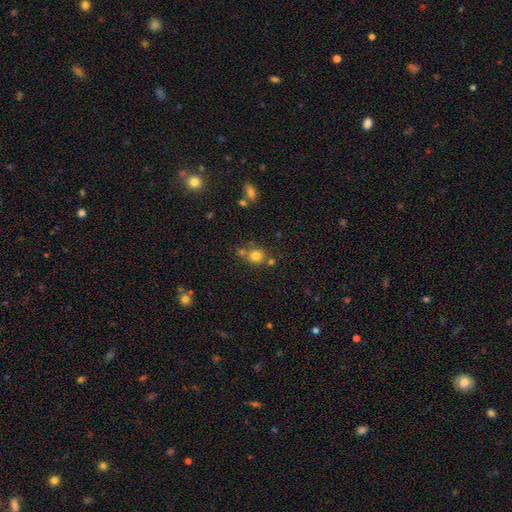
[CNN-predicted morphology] Smooth or featured? smooth (78%)
How rounded? round (83%)
Merging? none (63%)